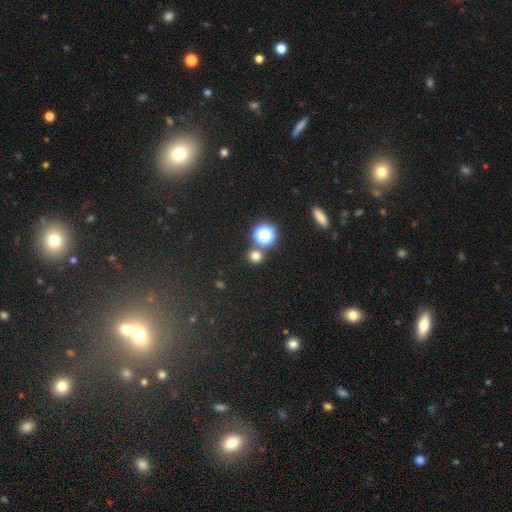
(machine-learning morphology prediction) The model was most divided on "smooth or featured": smooth: 69%, star or artifact: 25%, featured or disk: 5%. More confident: how rounded — round (93%); merging — none (80%).